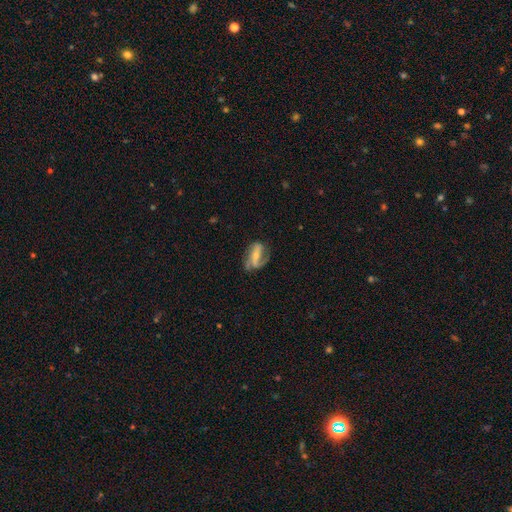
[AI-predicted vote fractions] Smooth or featured: featured or disk — 77% (smooth — 17%)
Edge-on disk: no — 94% (yes — 6%)
Bar: strong — 46% (weak — 31%)
Spiral arms: yes — 89% (no — 11%)
Spiral winding: loose — 40% (tied with medium — 40%)
Spiral arm count: 2 — 68% (1 — 18%)
Bulge size: small — 57% (moderate — 33%)
Merging: none — 54% (minor disturbance — 24%)